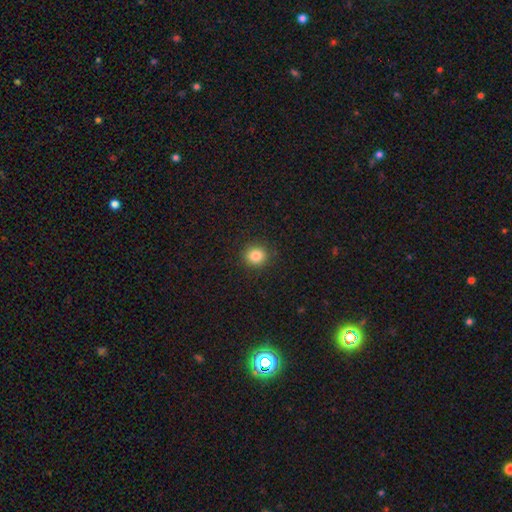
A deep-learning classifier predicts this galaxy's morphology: type=smooth (84%); roundness=round (89%); merging=none (91%).